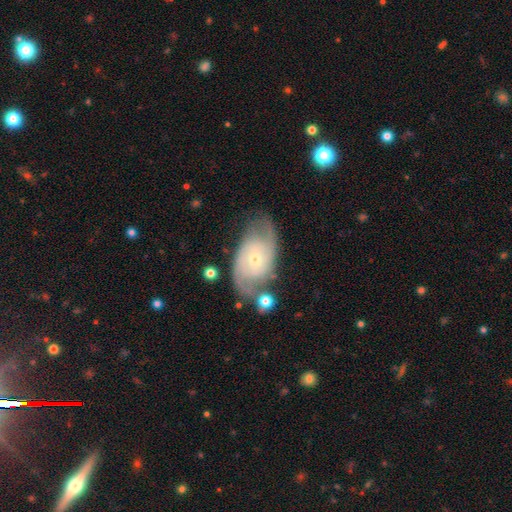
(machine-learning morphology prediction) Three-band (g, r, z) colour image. It shows a featured or disk galaxy (81%) with no bar (69%), 2 (77%) tight (45%) spiral arms (94%) and a small central bulge (64%). Merging: none (70%).